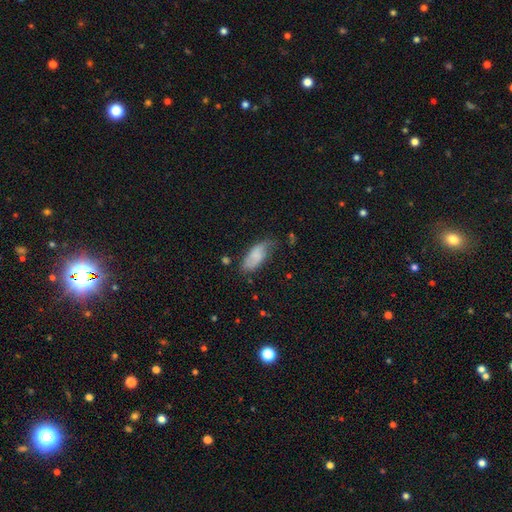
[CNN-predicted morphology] Smooth or featured? Predicted: smooth (p=0.76). How rounded? Predicted: in between (p=0.85). Merging? Predicted: none (p=0.54).